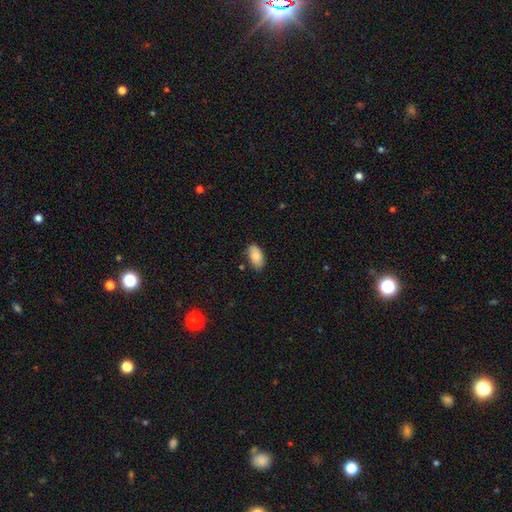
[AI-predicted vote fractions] Smooth or featured?
  - smooth: 86% *
  - featured or disk: 7%
  - star or artifact: 7%
How rounded?
  - in between: 94% *
  - round: 3%
  - cigar-shaped: 2%
Merging?
  - none: 77% *
  - minor disturbance: 18%
  - major disturbance: 3%
  - merger: 2%